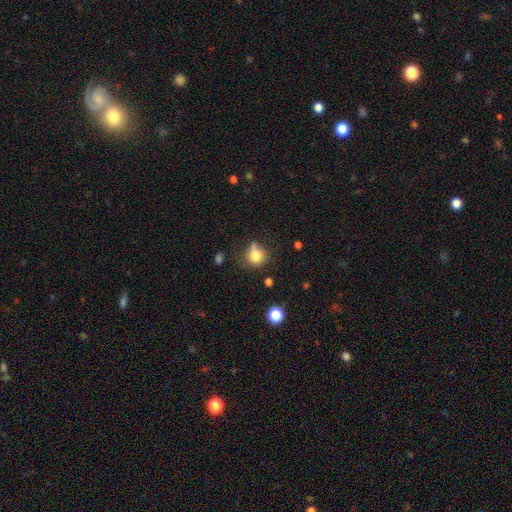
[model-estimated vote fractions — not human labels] smooth_or_featured: smooth (p=0.77) [alt: star or artifact p=0.12]
how_rounded: round (p=0.80) [alt: in between p=0.19]
merging: none (p=0.54) [alt: minor disturbance p=0.22]